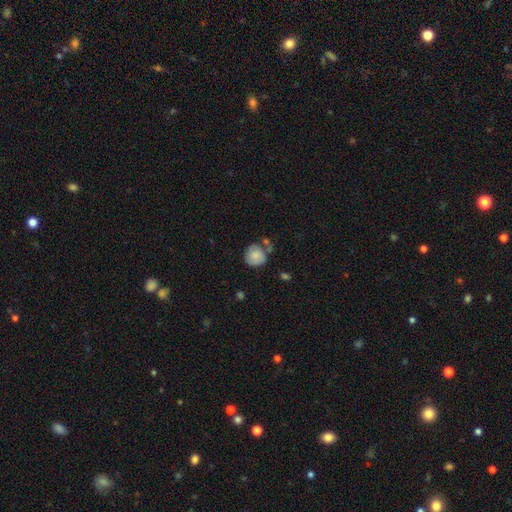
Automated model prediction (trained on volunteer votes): The model was most divided on "merging": none: 55%, minor disturbance: 23%, merger: 14%, major disturbance: 8%. More confident: how rounded — round (84%); smooth or featured — smooth (73%).